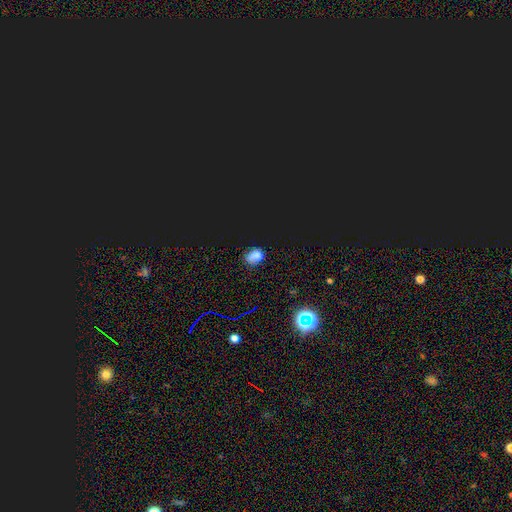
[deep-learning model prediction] Morphology: type=smooth (62%); roundness=in between (61%); merging=none (59%).